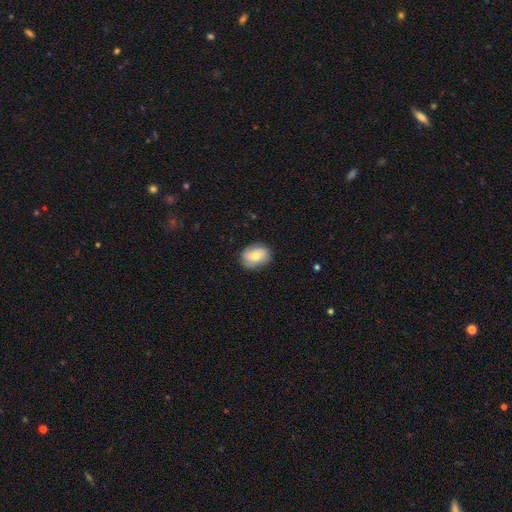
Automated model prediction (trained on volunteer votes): A smooth galaxy with no disk features (66%) that is in between round and cigar-shaped (60%).

Vote fractions:
- Smooth or featured? smooth: 66% / featured or disk: 26% / star or artifact: 8%
- How rounded? in between: 60% / round: 39% / cigar-shaped: 1%
- Merging? none: 80% / minor disturbance: 16% / major disturbance: 4% / merger: 1%